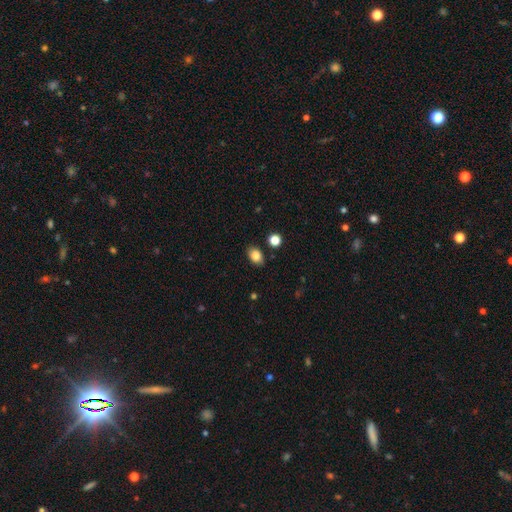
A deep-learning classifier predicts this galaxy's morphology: Smooth or featured?
  - smooth: 84% *
  - star or artifact: 10%
  - featured or disk: 6%
How rounded?
  - in between: 74% *
  - round: 25%
  - cigar-shaped: 1%
Merging?
  - none: 84% *
  - minor disturbance: 11%
  - merger: 3%
  - major disturbance: 3%